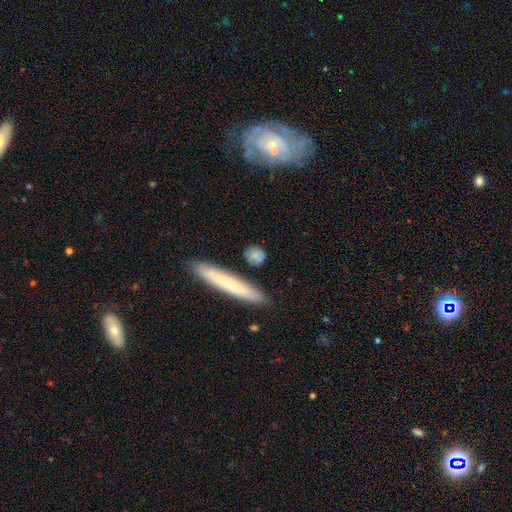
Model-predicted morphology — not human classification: A smooth galaxy with no disk features (78%) that is round (57%).

Vote fractions:
- Smooth or featured? smooth: 78% / featured or disk: 15% / star or artifact: 7%
- How rounded? round: 57% / cigar-shaped: 24% / in between: 19%
- Merging? none: 81% / minor disturbance: 12% / merger: 4% / major disturbance: 3%